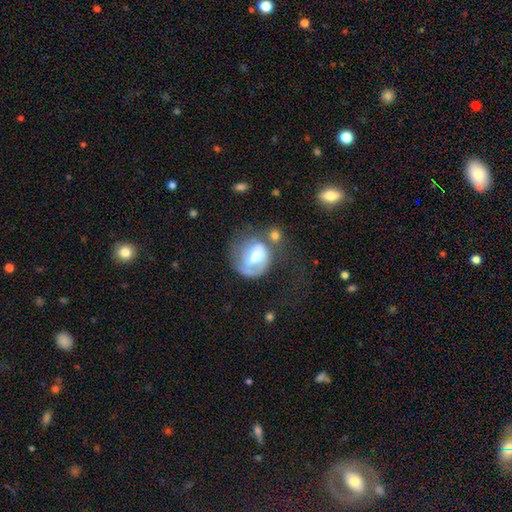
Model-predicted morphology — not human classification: Smooth or featured? Predicted: featured or disk (p=0.49). Merging? Predicted: none (p=0.34).